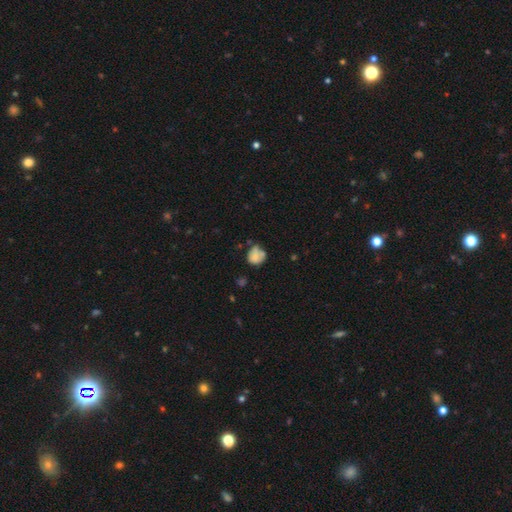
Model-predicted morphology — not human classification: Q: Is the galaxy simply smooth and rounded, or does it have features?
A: smooth — 69%.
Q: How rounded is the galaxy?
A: round — 63%.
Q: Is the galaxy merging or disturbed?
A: none — 40%.